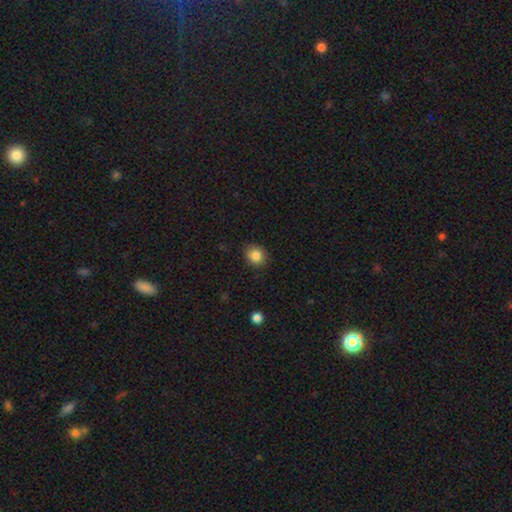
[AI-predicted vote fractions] This appears to be a smooth galaxy with no disk features (84%) that is round (70%). Merging: none (84%).